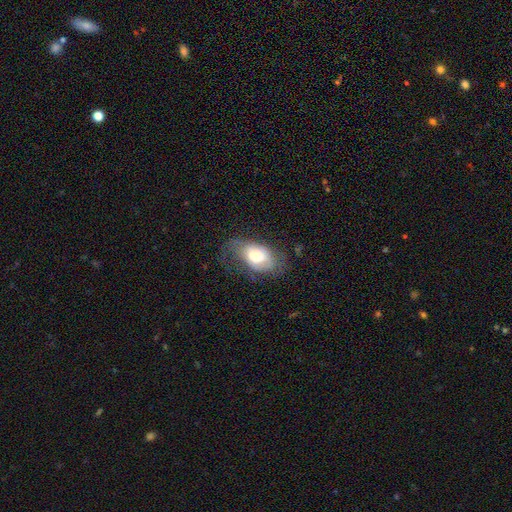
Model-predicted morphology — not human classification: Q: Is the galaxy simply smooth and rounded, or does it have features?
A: smooth — 57%.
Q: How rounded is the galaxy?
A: in between — 88%.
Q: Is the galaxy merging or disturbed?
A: none — 48%.